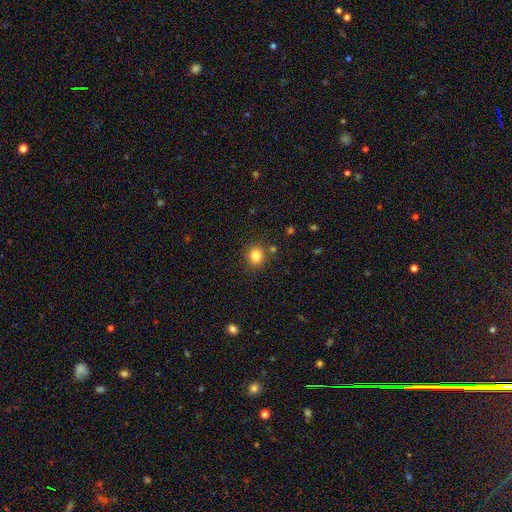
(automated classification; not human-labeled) smooth_or_featured: smooth (p=0.83) [alt: star or artifact p=0.12]
how_rounded: round (p=0.82) [alt: in between p=0.17]
merging: none (p=0.84) [alt: minor disturbance p=0.09]